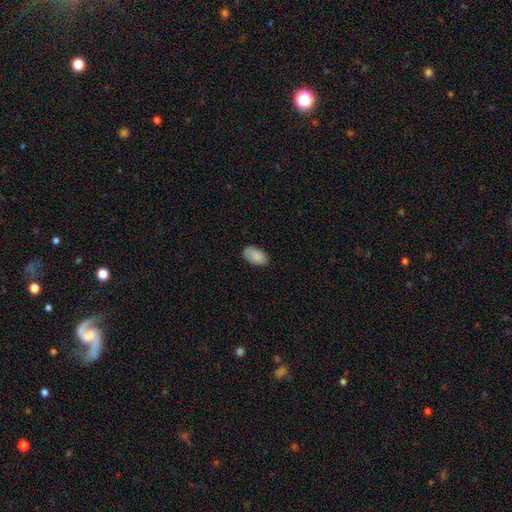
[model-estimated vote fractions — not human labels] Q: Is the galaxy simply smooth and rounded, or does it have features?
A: smooth — 86%.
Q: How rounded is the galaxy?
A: in between — 93%.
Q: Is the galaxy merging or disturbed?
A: none — 77%.